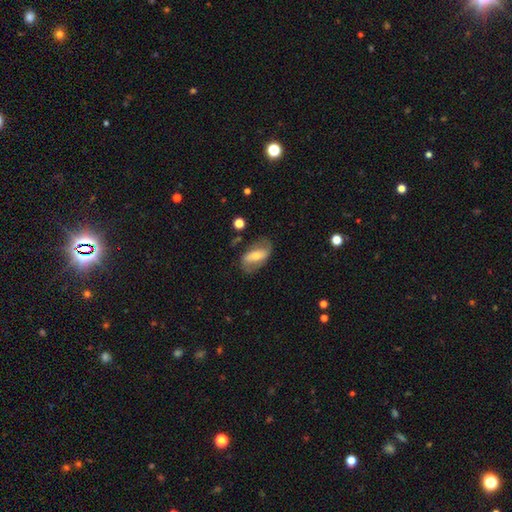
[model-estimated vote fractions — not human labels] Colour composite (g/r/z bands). It shows a featured or disk galaxy (52%). Merging: none (65%).